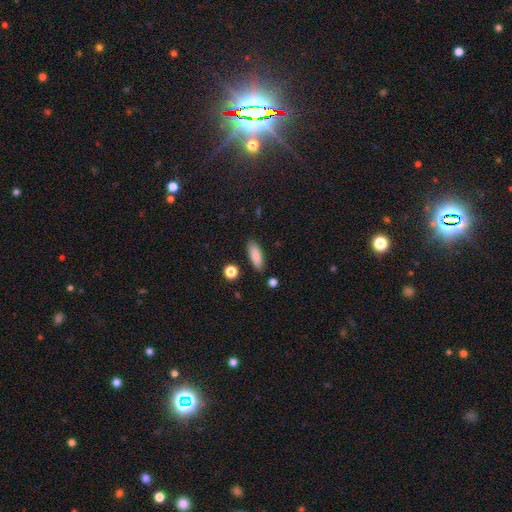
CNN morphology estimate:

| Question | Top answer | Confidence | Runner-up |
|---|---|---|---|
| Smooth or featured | smooth | 86% | star or artifact (7%) |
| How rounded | in between | 64% | cigar-shaped (34%) |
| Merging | none | 86% | minor disturbance (10%) |